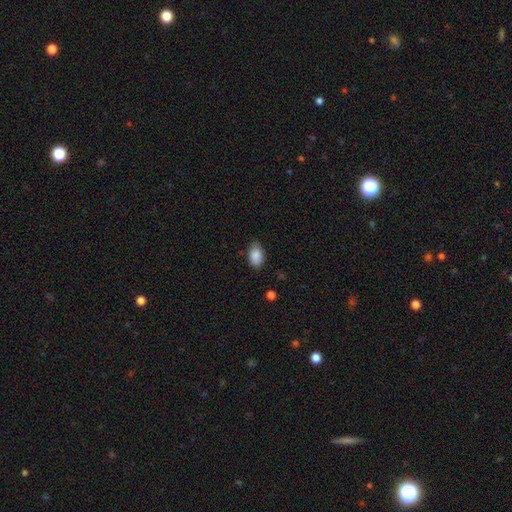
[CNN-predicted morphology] A smooth galaxy with no disk features (88%) that is in between round and cigar-shaped (90%).

Vote fractions:
- Smooth or featured? smooth: 88% / star or artifact: 7% / featured or disk: 5%
- How rounded? in between: 90% / round: 8% / cigar-shaped: 1%
- Merging? none: 77% / minor disturbance: 18% / major disturbance: 3% / merger: 1%